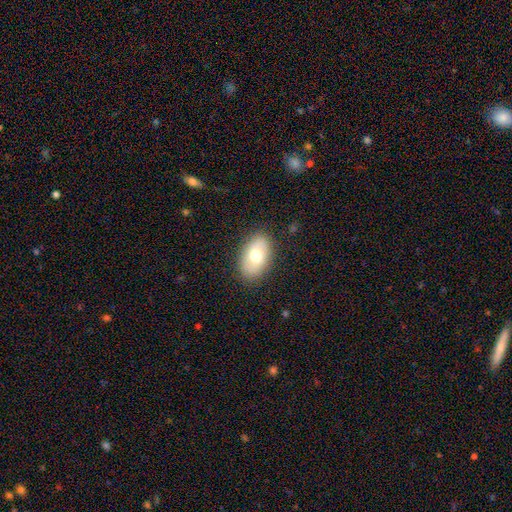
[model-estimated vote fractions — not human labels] smooth 68%, featured or disk 25%, star or artifact 7%. Down the decision tree: how rounded — in between (90%); merging — none (85%).